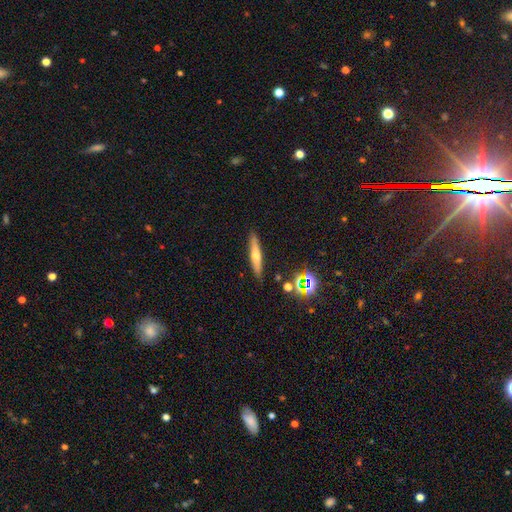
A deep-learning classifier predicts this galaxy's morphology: A smooth galaxy with no disk features (45%).

Vote fractions:
- Smooth or featured? smooth: 45% / featured or disk: 44% / star or artifact: 11%
- Merging? none: 88% / minor disturbance: 8% / major disturbance: 2% / merger: 2%